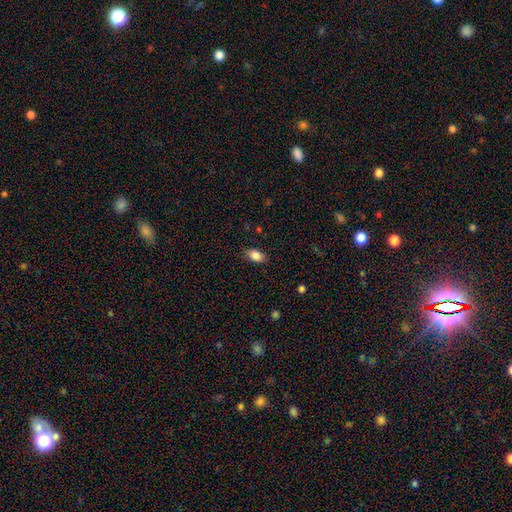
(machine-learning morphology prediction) Overall: smooth (86%). How rounded: in between (88%). Merging: none (83%).